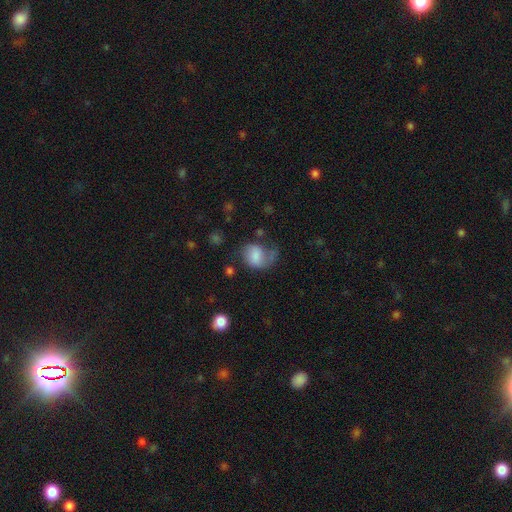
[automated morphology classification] A smooth galaxy with no disk features (60%) that is in between round and cigar-shaped (51%).

Vote fractions:
- Smooth or featured? smooth: 60% / featured or disk: 31% / star or artifact: 9%
- How rounded? in between: 51% / round: 48% / cigar-shaped: 1%
- Merging? major disturbance: 35% / none: 34% / minor disturbance: 26% / merger: 5%